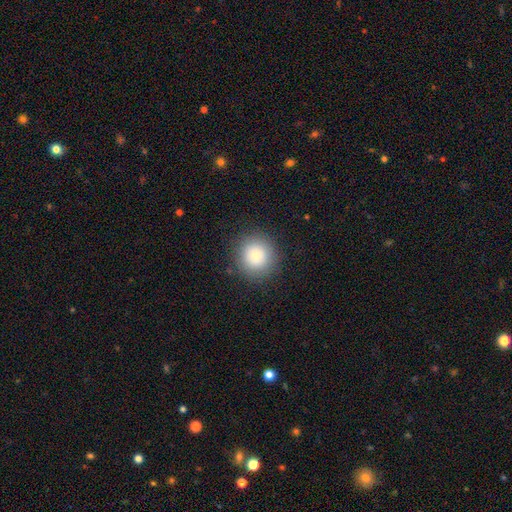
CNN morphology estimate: The model was most divided on "smooth or featured": smooth: 86%, star or artifact: 9%, featured or disk: 5%. More confident: how rounded — round (92%); merging — none (88%).